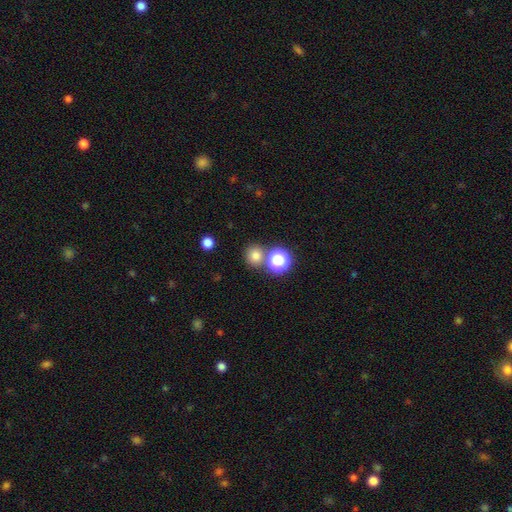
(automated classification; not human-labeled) A smooth galaxy with no disk features (75%) that is round (88%). Merging: none (74%).